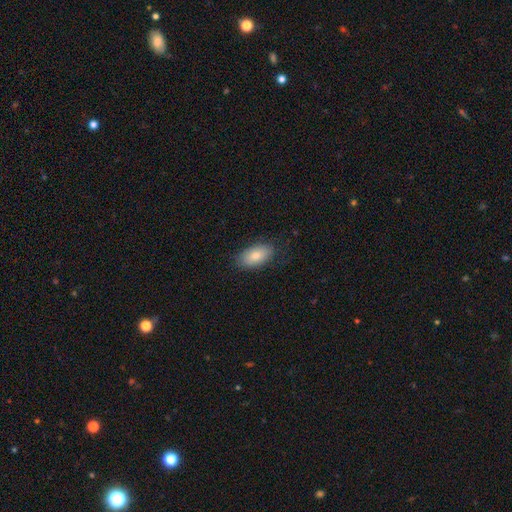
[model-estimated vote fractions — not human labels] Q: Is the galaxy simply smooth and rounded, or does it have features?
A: smooth — 80%.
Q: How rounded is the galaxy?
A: in between — 93%.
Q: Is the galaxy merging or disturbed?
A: none — 82%.